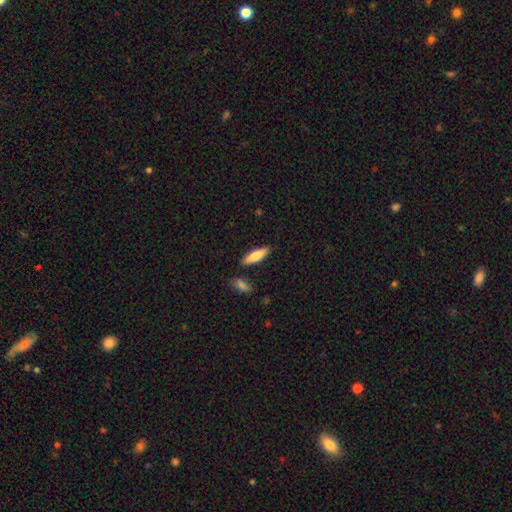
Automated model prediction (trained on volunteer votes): Overall: smooth (76%). How rounded: cigar-shaped (57%; in between 41%). Merging: none (84%).